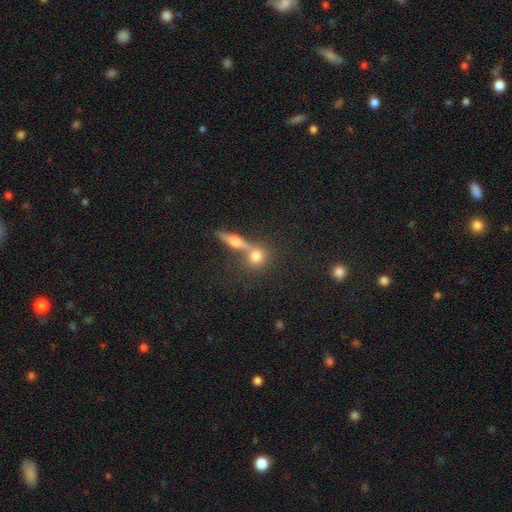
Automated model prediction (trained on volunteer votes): A smooth galaxy with no disk features (70%) that is round (72%). Merging: none (48%).